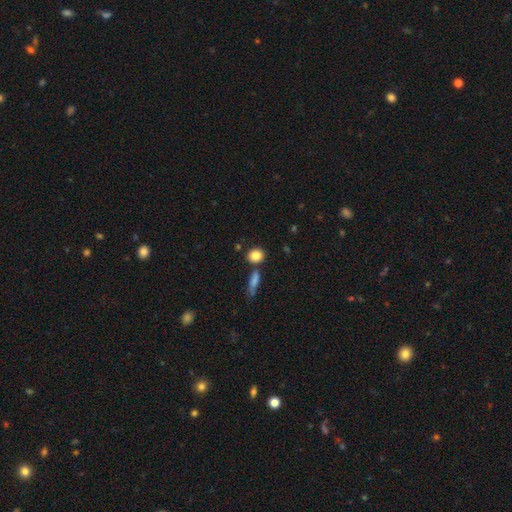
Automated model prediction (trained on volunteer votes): Overall: smooth (84%). How rounded: round (74%). Merging: none (74%).